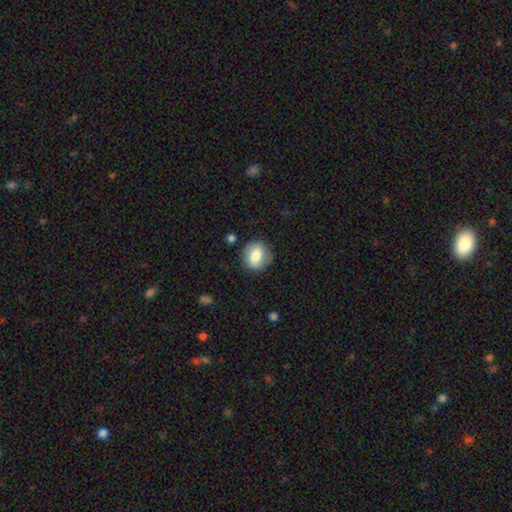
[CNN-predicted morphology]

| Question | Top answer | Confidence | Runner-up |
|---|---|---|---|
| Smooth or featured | smooth | 73% | featured or disk (20%) |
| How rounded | round | 70% | in between (28%) |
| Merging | none | 81% | minor disturbance (13%) |